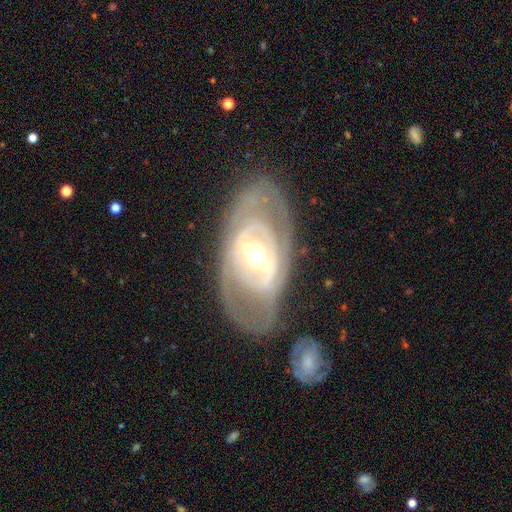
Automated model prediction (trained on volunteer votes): featured or disk 81%, smooth 13%, star or artifact 5%. Down the decision tree: edge-on disk — no (91%); bar — weak (37%); spiral arms — yes (66%); bulge size — moderate (67%); merging — none (70%).